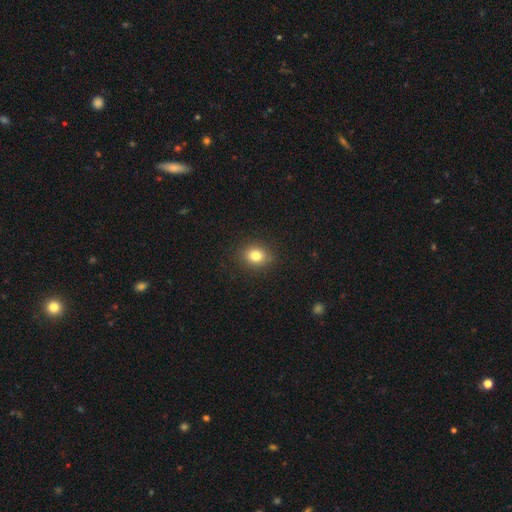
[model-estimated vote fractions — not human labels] Smooth or featured: smooth — 81% (star or artifact — 11%)
How rounded: round — 61% (in between — 38%)
Merging: none — 89% (minor disturbance — 8%)